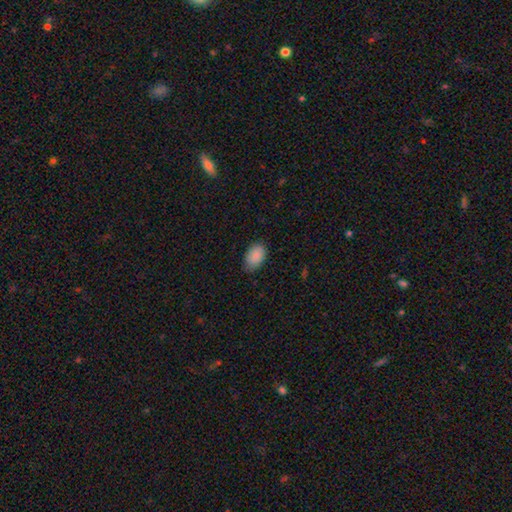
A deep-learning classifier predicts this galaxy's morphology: A smooth galaxy with no disk features (89%) that is in between round and cigar-shaped (92%). Merging: none (78%).